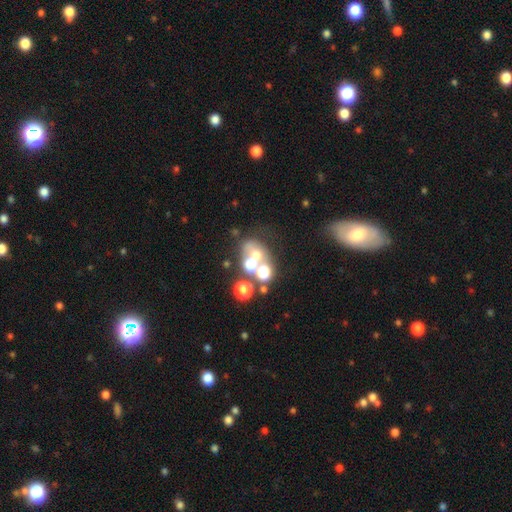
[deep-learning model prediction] Morphology: type=smooth (45%); merging=merger (47%).